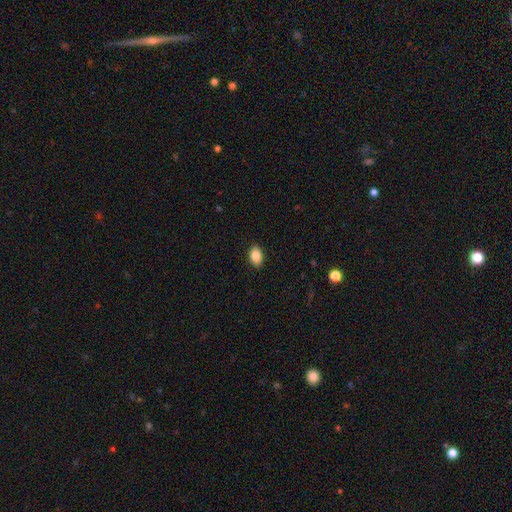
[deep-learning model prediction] smooth 87%, star or artifact 8%, featured or disk 5%. Down the decision tree: how rounded — in between (84%); merging — none (90%).